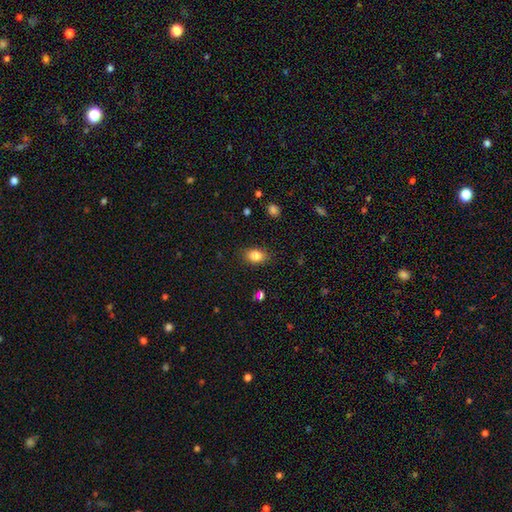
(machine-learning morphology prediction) Smooth or featured? smooth (84%)
How rounded? in between (80%)
Merging? none (85%)